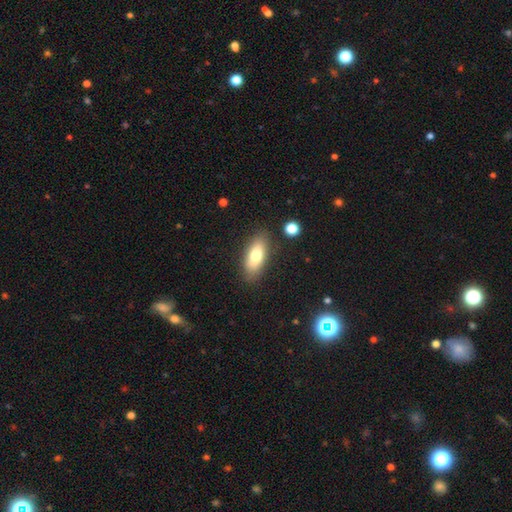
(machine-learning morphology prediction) Smooth or featured? Predicted: smooth (p=0.75). How rounded? Predicted: in between (p=0.80). Merging? Predicted: none (p=0.83).